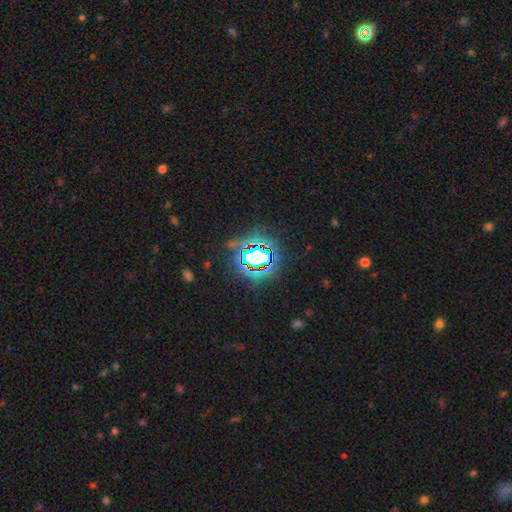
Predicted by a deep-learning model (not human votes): This is likely a star or artifact rather than a galaxy (70%).